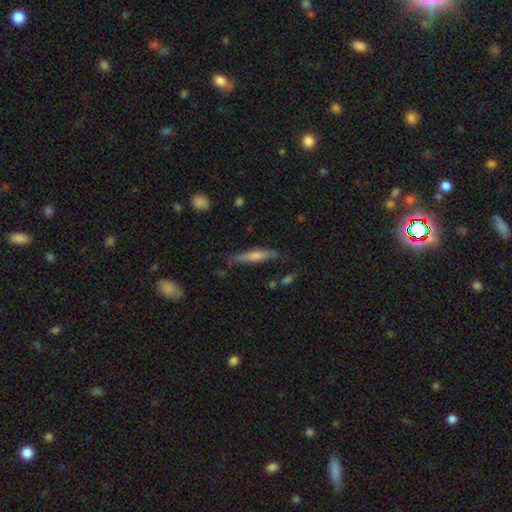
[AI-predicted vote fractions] Morphology: type=smooth (56%); roundness=cigar-shaped (89%); merging=none (73%).